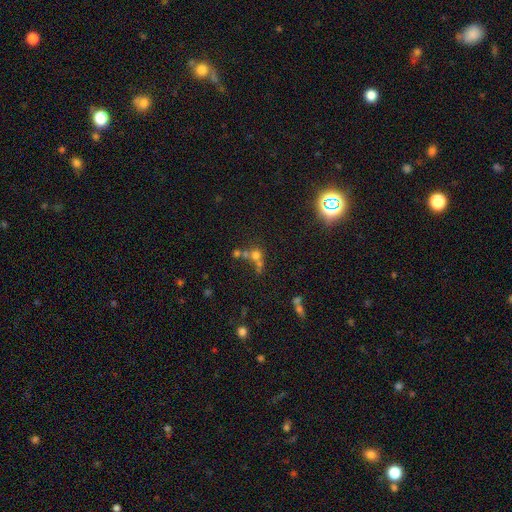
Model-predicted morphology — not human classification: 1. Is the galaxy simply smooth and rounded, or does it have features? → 57% smooth, 25% star or artifact, 18% featured or disk.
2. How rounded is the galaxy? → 85% round, 14% in between, 1% cigar-shaped.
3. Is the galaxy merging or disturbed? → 44% merger, 41% none, 8% minor disturbance, 7% major disturbance.